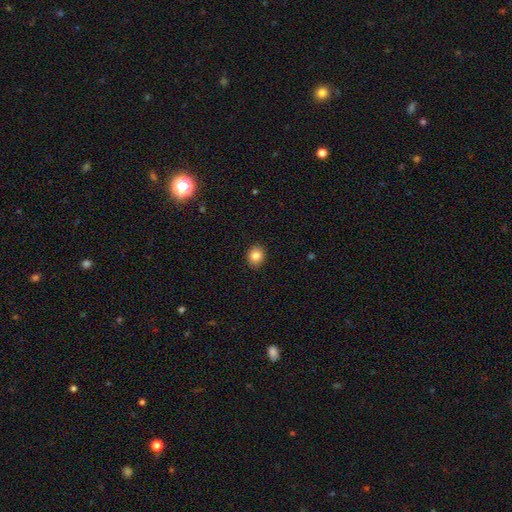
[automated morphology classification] Smooth or featured? Predicted: smooth (p=0.84). How rounded? Predicted: round (p=0.67). Merging? Predicted: none (p=0.90).